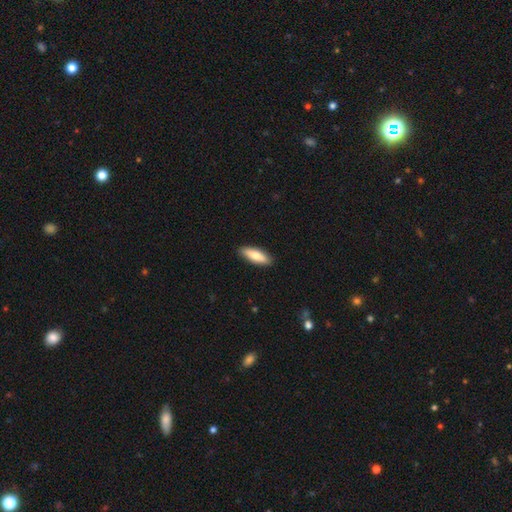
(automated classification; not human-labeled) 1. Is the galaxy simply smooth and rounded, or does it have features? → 77% smooth, 18% featured or disk, 5% star or artifact.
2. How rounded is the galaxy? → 59% in between, 39% cigar-shaped, 2% round.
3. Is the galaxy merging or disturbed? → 89% none, 8% minor disturbance, 2% major disturbance, 1% merger.